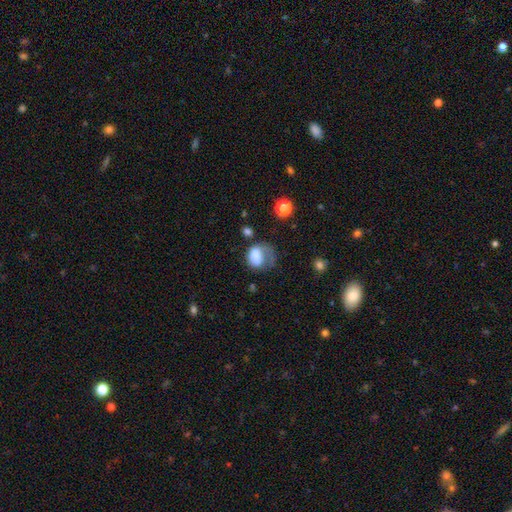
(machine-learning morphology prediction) smooth_or_featured: smooth (p=0.67) [alt: featured or disk p=0.24]
how_rounded: in between (p=0.60) [alt: round p=0.38]
merging: major disturbance (p=0.44) [alt: none p=0.27]